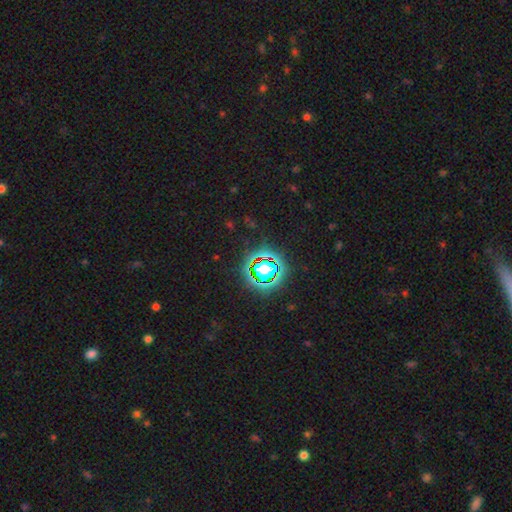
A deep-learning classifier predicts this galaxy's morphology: Smooth or featured?
  - star or artifact: 79% *
  - smooth: 13%
  - featured or disk: 8%